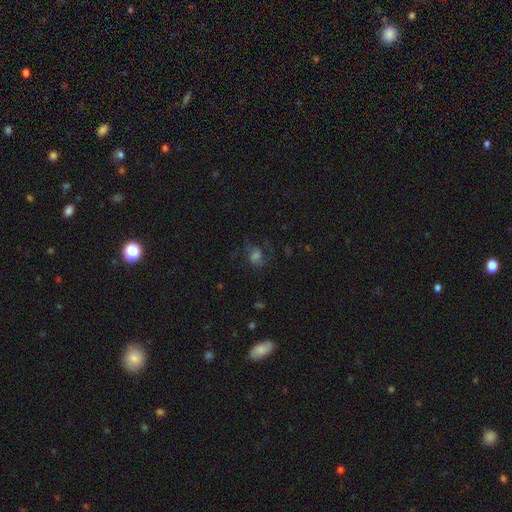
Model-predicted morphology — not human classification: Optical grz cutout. It shows a featured or disk galaxy (44%). Merging: none (56%).